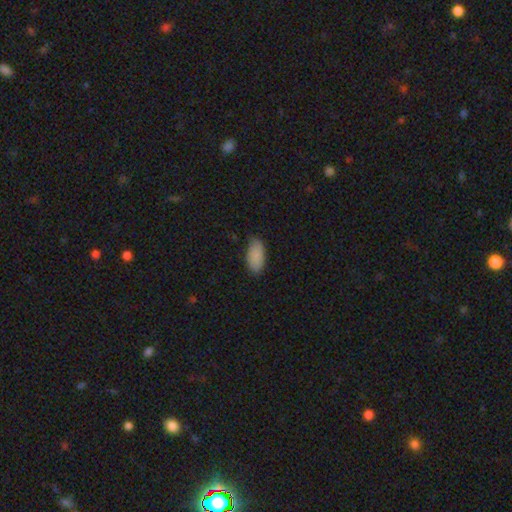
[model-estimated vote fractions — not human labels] smooth-or-featured: smooth: 88% | star or artifact: 7% | featured or disk: 5%
  how-rounded: in between: 93% | cigar-shaped: 5% | round: 2%
  merging: none: 78% | minor disturbance: 18% | major disturbance: 3% | merger: 1%